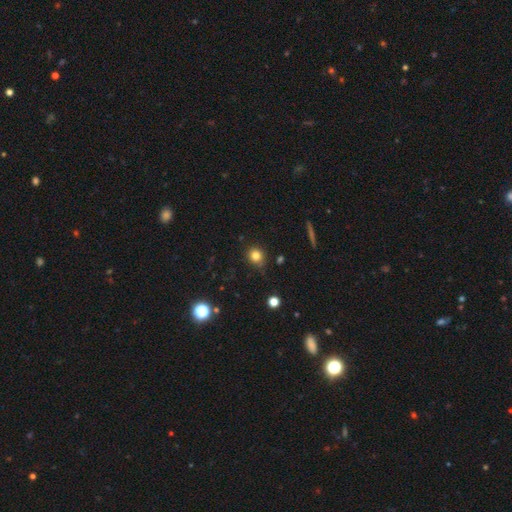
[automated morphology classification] Overall: smooth (80%). How rounded: round (84%). Merging: none (77%).